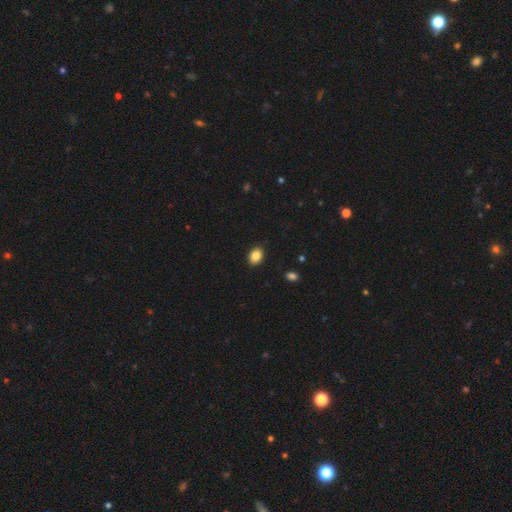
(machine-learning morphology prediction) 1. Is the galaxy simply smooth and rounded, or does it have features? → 87% smooth, 8% star or artifact, 5% featured or disk.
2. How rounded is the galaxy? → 72% in between, 27% round, 1% cigar-shaped.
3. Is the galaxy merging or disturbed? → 89% none, 8% minor disturbance, 2% major disturbance, 1% merger.